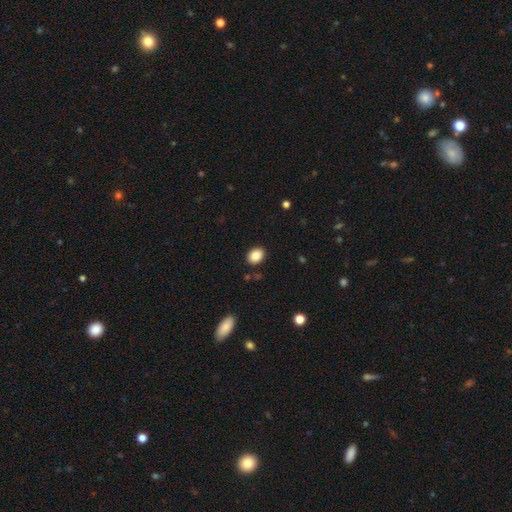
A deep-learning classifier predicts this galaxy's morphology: type=smooth (87%); roundness=in between (71%); merging=none (88%).